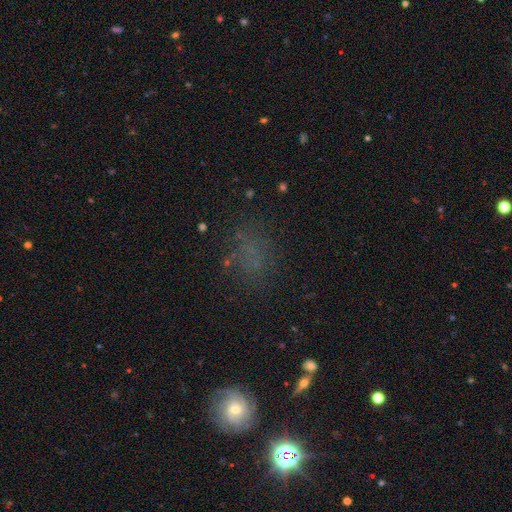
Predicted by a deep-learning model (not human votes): smooth-or-featured: smooth: 50% | star or artifact: 31% | featured or disk: 18%
  how-rounded: in between: 50% | round: 46% | cigar-shaped: 4%
  merging: none: 61% | minor disturbance: 18% | major disturbance: 17% | merger: 4%